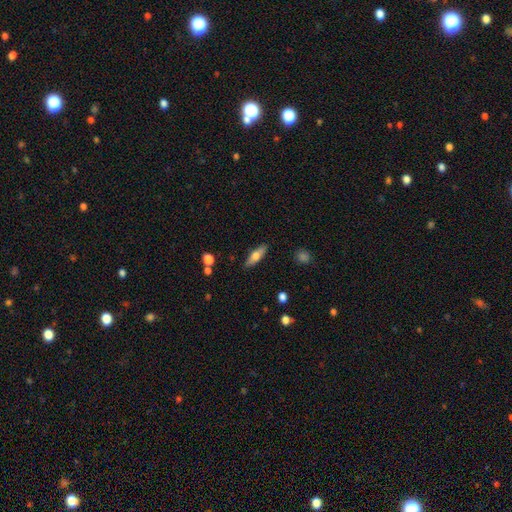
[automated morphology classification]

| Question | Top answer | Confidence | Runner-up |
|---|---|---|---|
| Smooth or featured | smooth | 57% | featured or disk (37%) |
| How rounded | cigar-shaped | 52% | in between (46%) |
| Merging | none | 87% | minor disturbance (9%) |